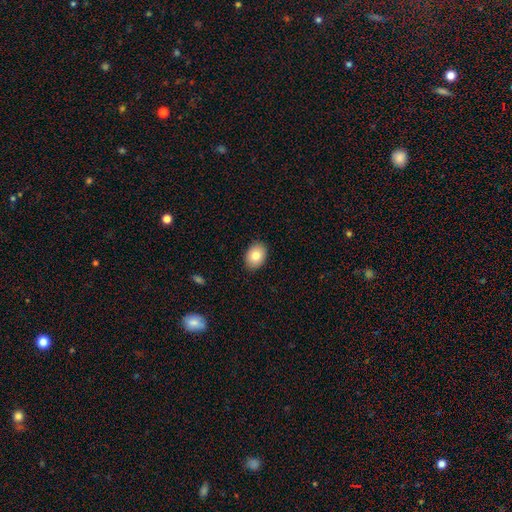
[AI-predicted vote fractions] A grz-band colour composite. It shows a smooth galaxy with no disk features (81%) that is in between round and cigar-shaped (74%). Merging: none (89%).